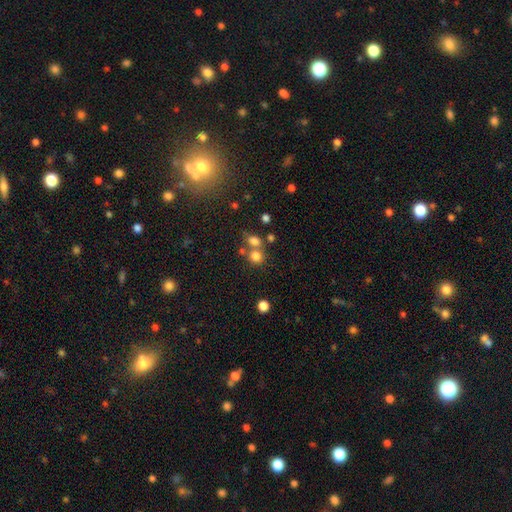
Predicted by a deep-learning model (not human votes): Smooth or featured: smooth — 77% (star or artifact — 15%)
How rounded: round — 83% (in between — 16%)
Merging: none — 53% (merger — 35%)